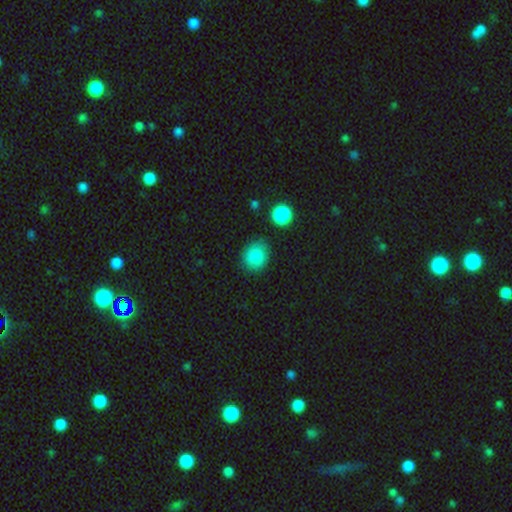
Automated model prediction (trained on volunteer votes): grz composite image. It shows a smooth galaxy with no disk features (86%) that is round (70%). Merging: none (80%).